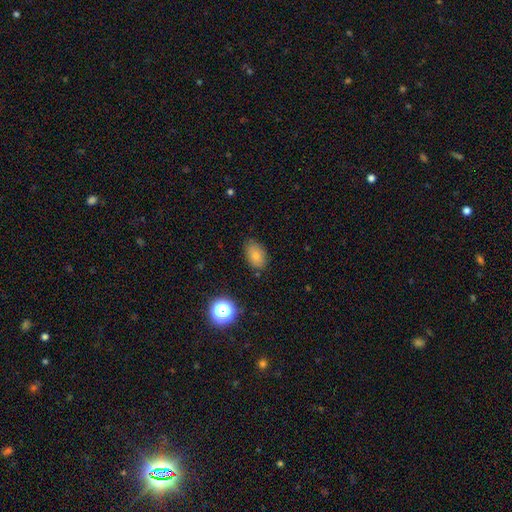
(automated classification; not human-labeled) Overall: smooth (78%). How rounded: in between (85%). Merging: none (79%).